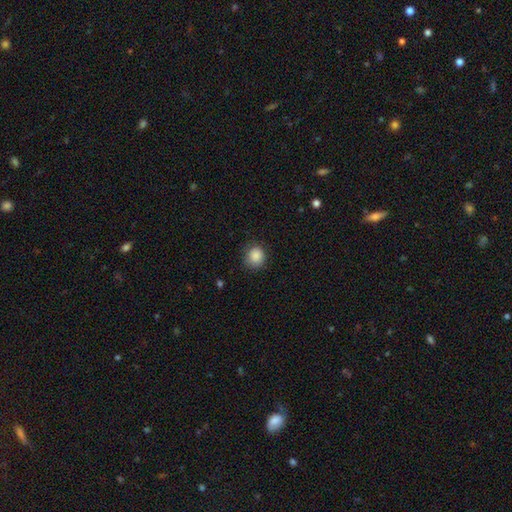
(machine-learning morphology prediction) smooth_or_featured: smooth (p=0.87) [alt: star or artifact p=0.09]
how_rounded: round (p=0.86) [alt: in between p=0.13]
merging: none (p=0.81) [alt: minor disturbance p=0.14]